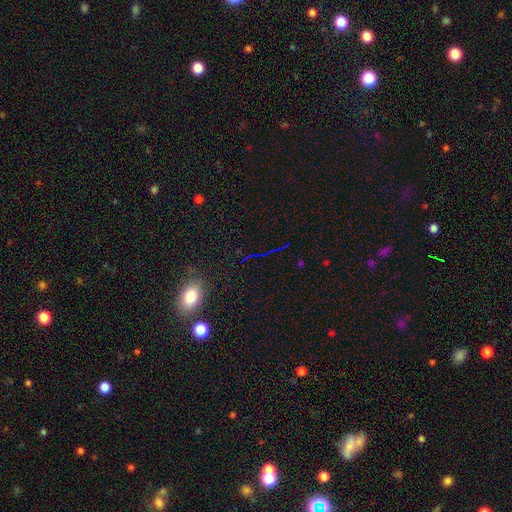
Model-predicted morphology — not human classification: smooth_or_featured: star or artifact (p=0.66) [alt: smooth p=0.21]